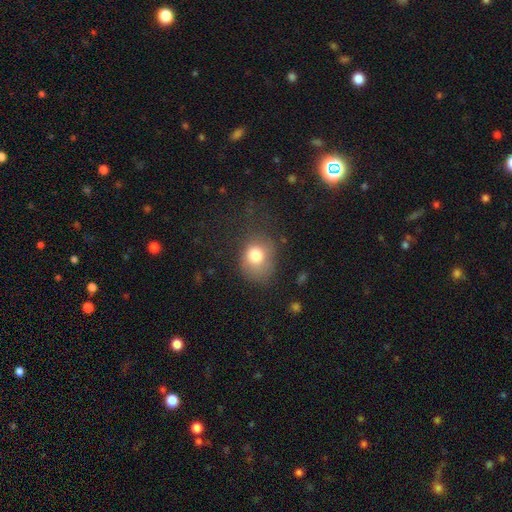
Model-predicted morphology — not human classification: smooth_or_featured: smooth (p=0.78) [alt: featured or disk p=0.12]
how_rounded: round (p=0.55) [alt: in between p=0.44]
merging: none (p=0.50) [alt: minor disturbance p=0.27]